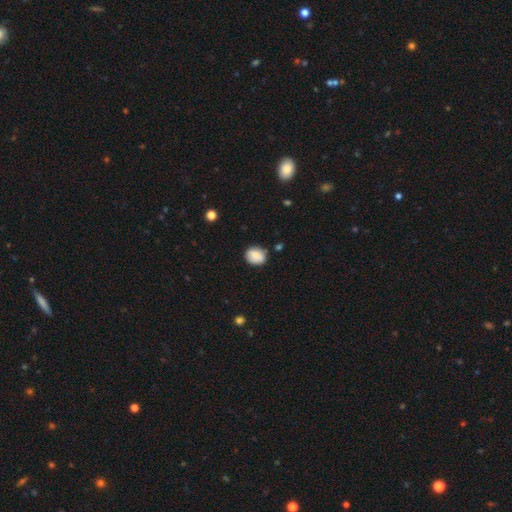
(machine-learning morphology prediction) Smooth or featured: smooth — 82% (featured or disk — 9%)
How rounded: round — 64% (in between — 35%)
Merging: none — 79% (minor disturbance — 15%)